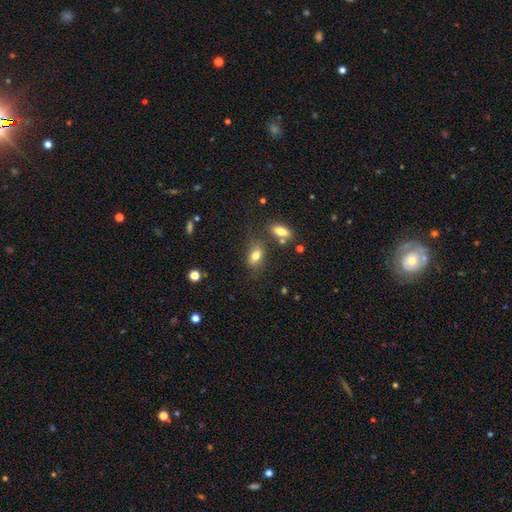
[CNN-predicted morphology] This appears to be a smooth galaxy with no disk features (78%) that is in between round and cigar-shaped (82%). Merging: none (69%).